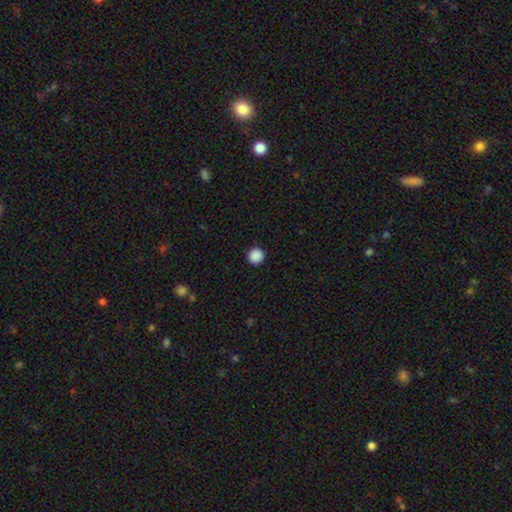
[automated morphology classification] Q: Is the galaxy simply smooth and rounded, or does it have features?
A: smooth — 89%.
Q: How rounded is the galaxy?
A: round — 95%.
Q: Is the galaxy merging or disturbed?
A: none — 93%.